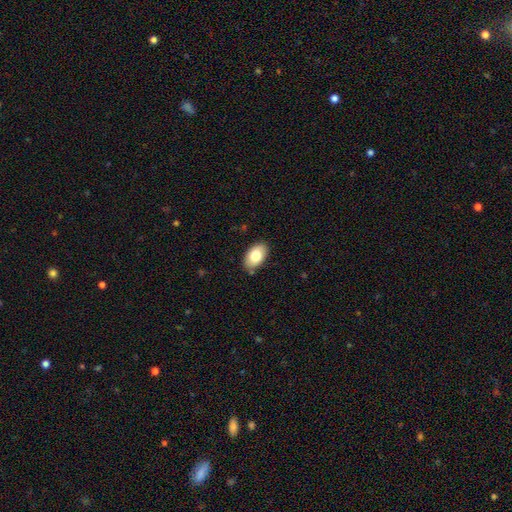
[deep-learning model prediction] Smooth or featured? Predicted: smooth (p=0.80). How rounded? Predicted: in between (p=0.93). Merging? Predicted: none (p=0.82).